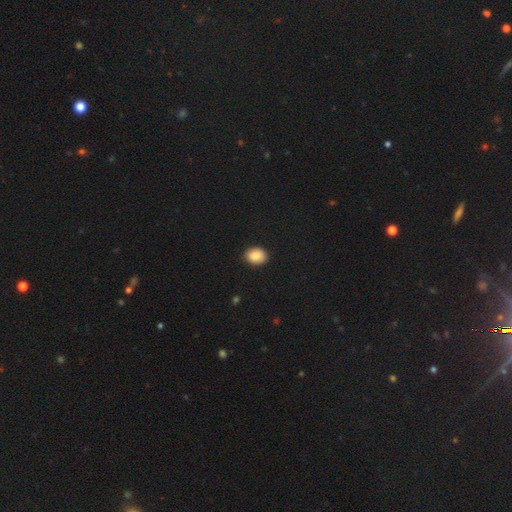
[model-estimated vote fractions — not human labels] This appears to be a smooth galaxy with no disk features (86%) that is in between round and cigar-shaped (58%). Merging: none (86%).